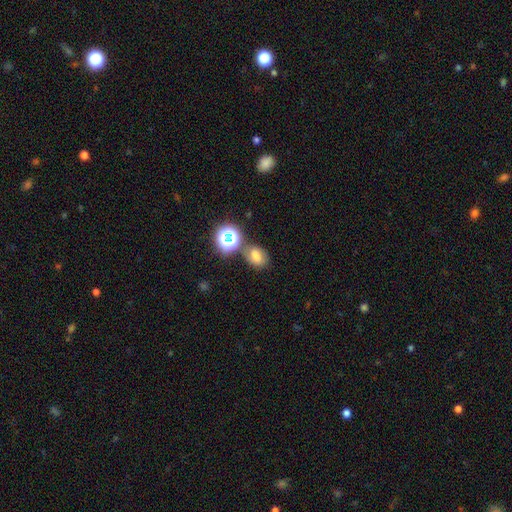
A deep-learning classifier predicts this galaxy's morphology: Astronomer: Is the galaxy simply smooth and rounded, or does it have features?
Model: smooth — 62%.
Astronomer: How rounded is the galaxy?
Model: in between — 63%.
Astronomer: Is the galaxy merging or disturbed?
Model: none — 64%.